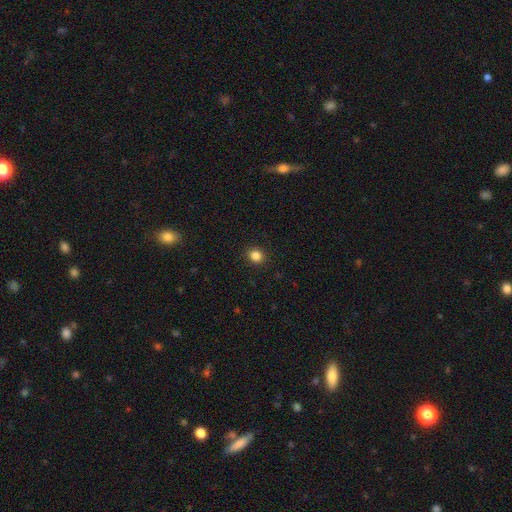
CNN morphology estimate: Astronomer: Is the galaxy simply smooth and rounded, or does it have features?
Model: smooth — 85%.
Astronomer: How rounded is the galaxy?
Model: round — 81%.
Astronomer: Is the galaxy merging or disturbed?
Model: none — 92%.